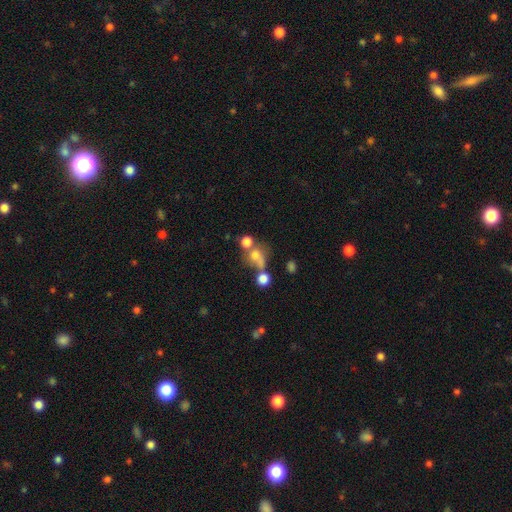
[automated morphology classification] This is likely a smooth galaxy (62%). How rounded: likely round (70%). Merging: marginally merger (41%).